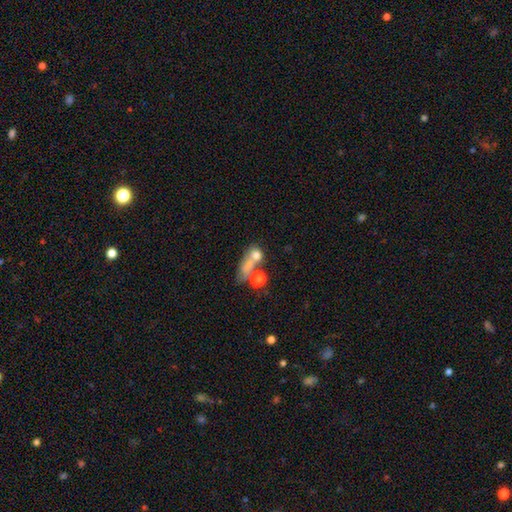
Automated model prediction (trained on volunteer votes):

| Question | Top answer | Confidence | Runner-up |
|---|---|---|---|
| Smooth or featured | smooth | 62% | featured or disk (21%) |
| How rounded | round | 50% | in between (42%) |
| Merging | merger | 48% | none (27%) |